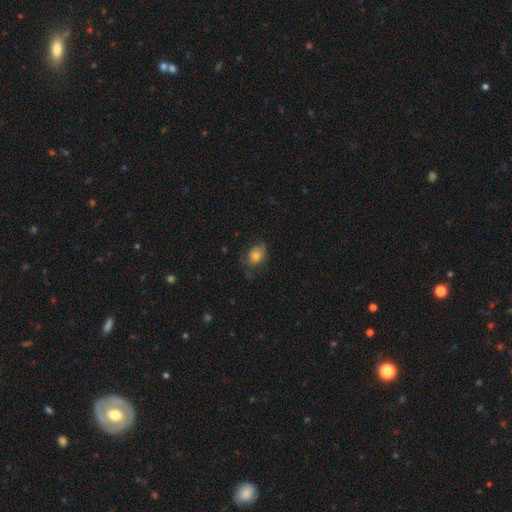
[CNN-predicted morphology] Smooth or featured?
  - smooth: 70% *
  - featured or disk: 21%
  - star or artifact: 9%
How rounded?
  - in between: 67% *
  - round: 31%
  - cigar-shaped: 1%
Merging?
  - none: 53% *
  - minor disturbance: 30%
  - major disturbance: 15%
  - merger: 1%